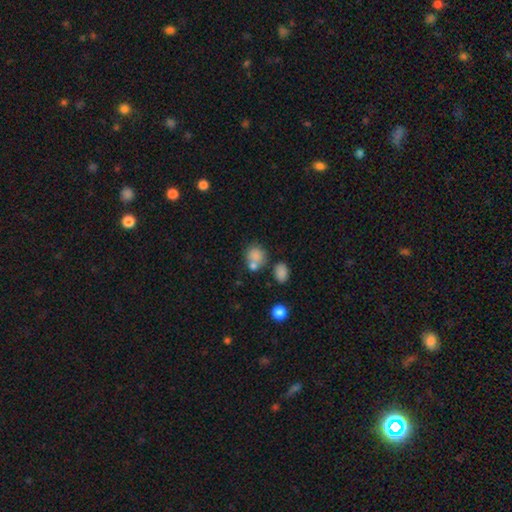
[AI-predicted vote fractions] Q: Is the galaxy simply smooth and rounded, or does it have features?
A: smooth — 79%.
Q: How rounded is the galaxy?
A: round — 71%.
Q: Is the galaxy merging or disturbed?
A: none — 48%.